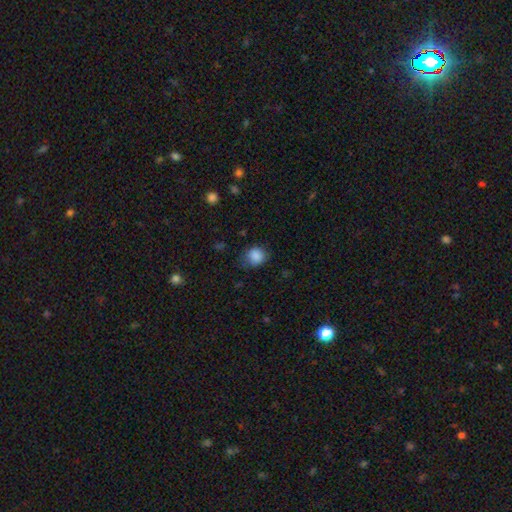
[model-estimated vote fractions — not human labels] A smooth galaxy with no disk features (85%) that is round (70%). Merging: none (68%).